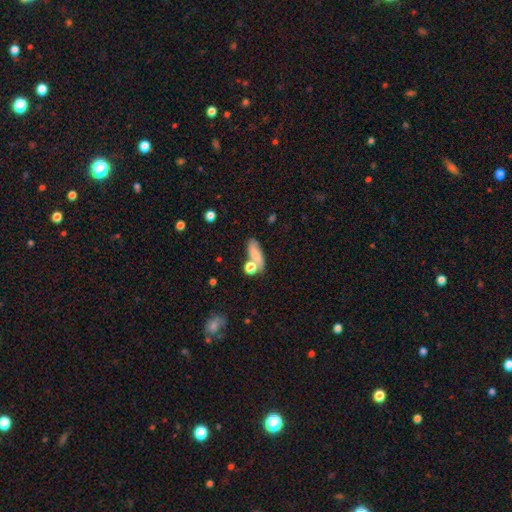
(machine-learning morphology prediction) The model was most divided on "merging": none: 48%, merger: 25%, minor disturbance: 18%, major disturbance: 9%. More confident: smooth or featured — smooth (71%); how rounded — in between (63%).